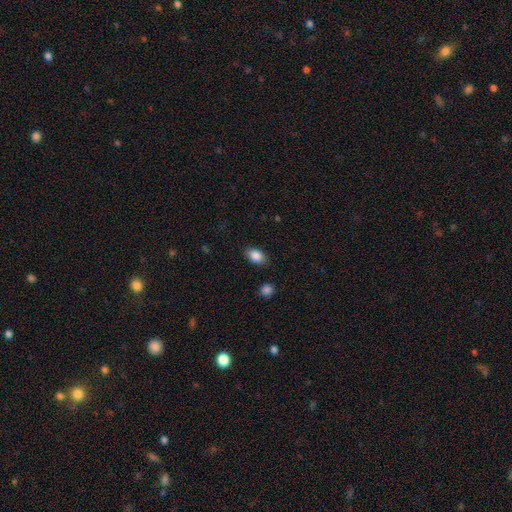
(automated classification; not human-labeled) smooth_or_featured: smooth (p=0.87) [alt: star or artifact p=0.08]
how_rounded: in between (p=0.84) [alt: round p=0.14]
merging: none (p=0.84) [alt: minor disturbance p=0.11]